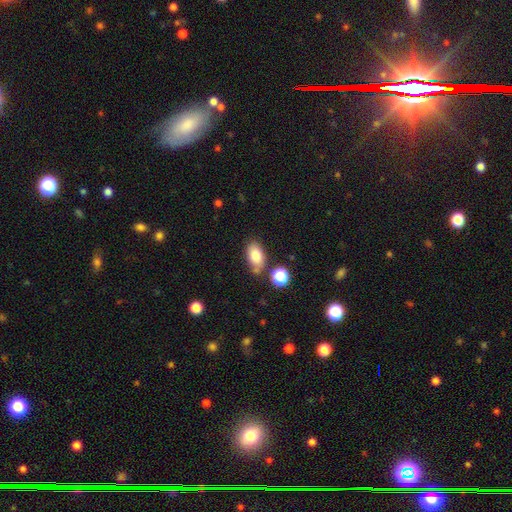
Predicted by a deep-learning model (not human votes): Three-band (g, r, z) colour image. It shows a smooth galaxy with no disk features (81%) that is in between round and cigar-shaped (88%). Merging: none (67%).